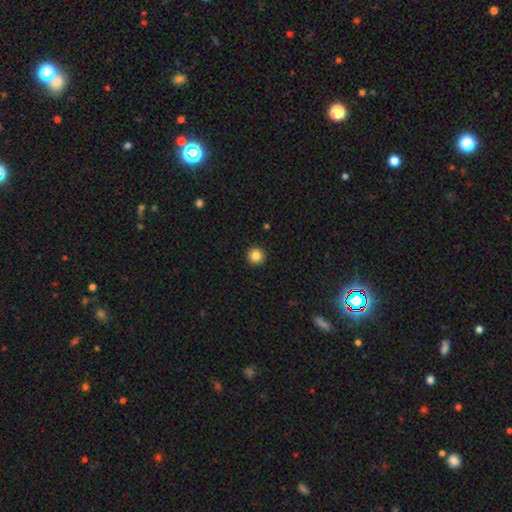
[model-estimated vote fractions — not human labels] Smooth or featured? smooth (85%)
How rounded? round (96%)
Merging? none (94%)